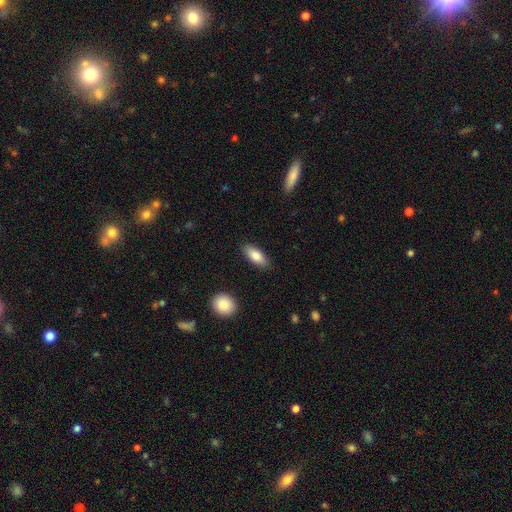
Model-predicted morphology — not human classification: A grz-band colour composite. It shows a smooth galaxy with no disk features (83%) that is in between round and cigar-shaped (81%). Merging: none (87%).